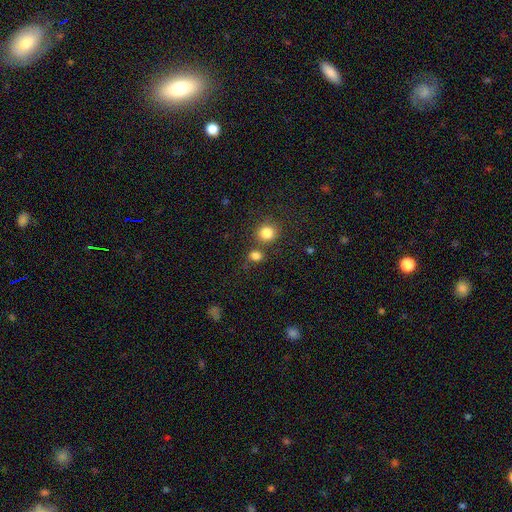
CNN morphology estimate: This is clearly a smooth galaxy (82%). How rounded: likely round (70%). Merging: likely none (66%).